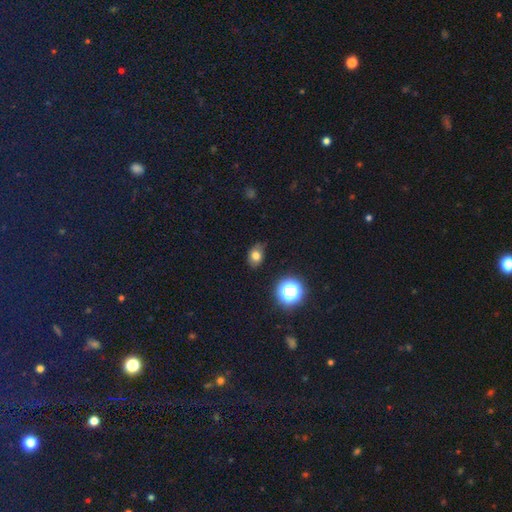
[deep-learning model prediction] smooth 74%, star or artifact 15%, featured or disk 11%. Down the decision tree: how rounded — in between (63%); merging — none (70%).